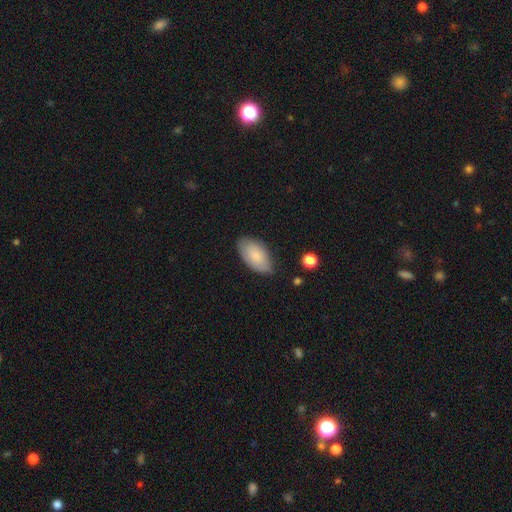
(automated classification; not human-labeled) A smooth galaxy with no disk features (81%) that is in between round and cigar-shaped (95%). Merging: none (72%).